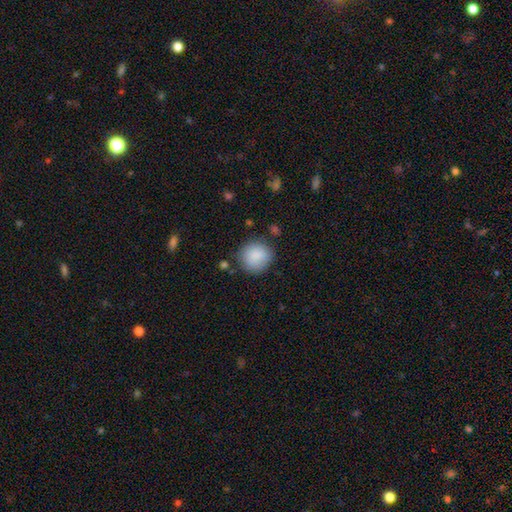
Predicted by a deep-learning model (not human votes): smooth_or_featured: smooth (p=0.88) [alt: star or artifact p=0.07]
how_rounded: round (p=0.89) [alt: in between p=0.11]
merging: none (p=0.81) [alt: minor disturbance p=0.13]